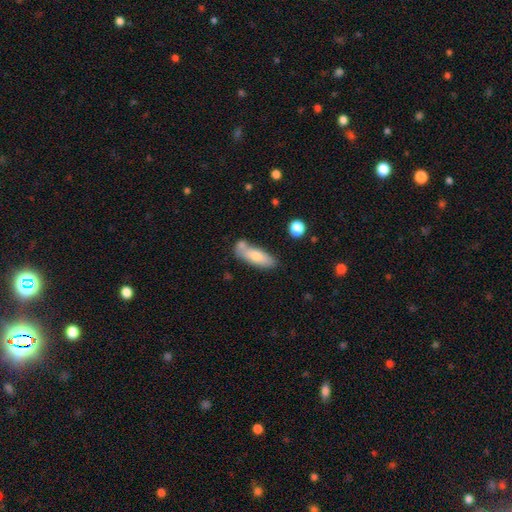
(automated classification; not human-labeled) Smooth or featured?
  - smooth: 71% *
  - featured or disk: 23%
  - star or artifact: 6%
How rounded?
  - in between: 59% *
  - cigar-shaped: 39%
  - round: 2%
Merging?
  - none: 56% *
  - merger: 21%
  - minor disturbance: 18%
  - major disturbance: 5%